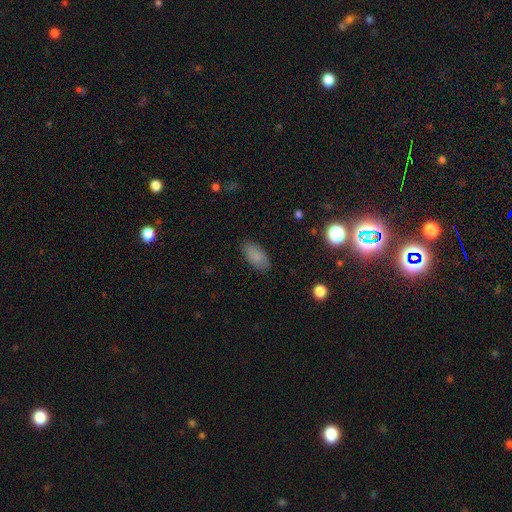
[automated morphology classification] Smooth or featured? smooth (83%)
How rounded? in between (93%)
Merging? none (85%)